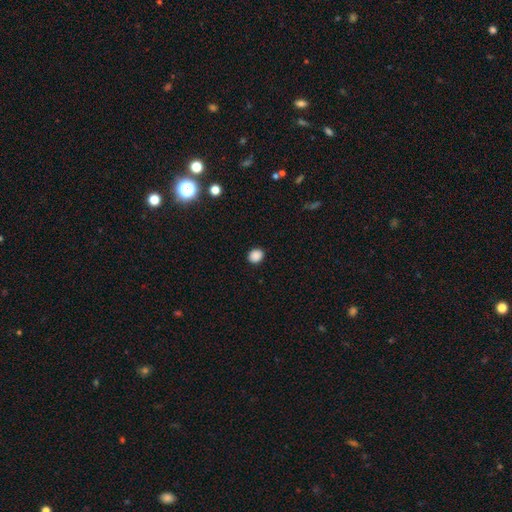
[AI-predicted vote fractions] Smooth or featured? Predicted: smooth (p=0.88). How rounded? Predicted: round (p=0.73). Merging? Predicted: none (p=0.90).